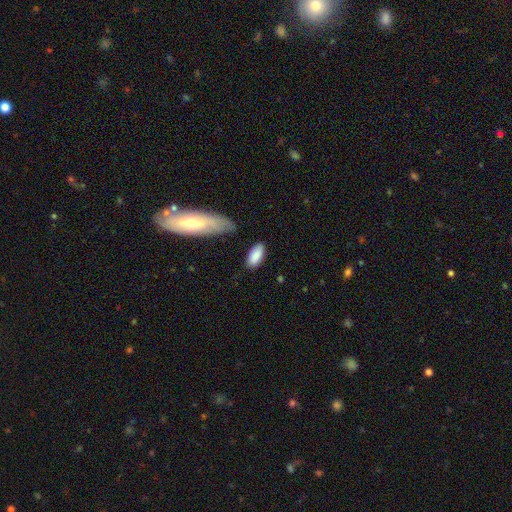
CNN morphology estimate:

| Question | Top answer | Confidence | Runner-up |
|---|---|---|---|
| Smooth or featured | smooth | 86% | featured or disk (8%) |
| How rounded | in between | 87% | cigar-shaped (11%) |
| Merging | none | 78% | minor disturbance (14%) |